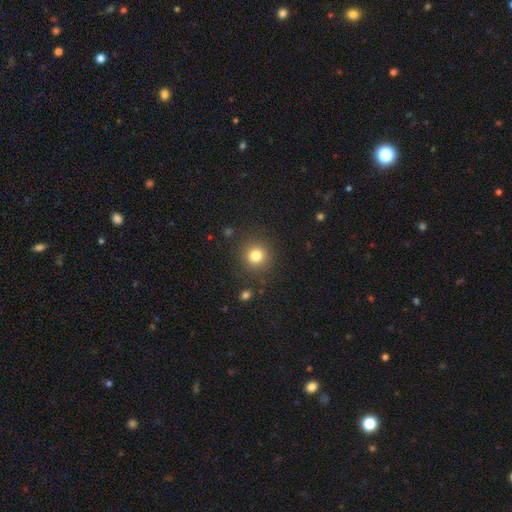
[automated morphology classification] smooth_or_featured: smooth (p=0.80) [alt: star or artifact p=0.13]
how_rounded: round (p=0.93) [alt: in between p=0.06]
merging: none (p=0.88) [alt: minor disturbance p=0.07]